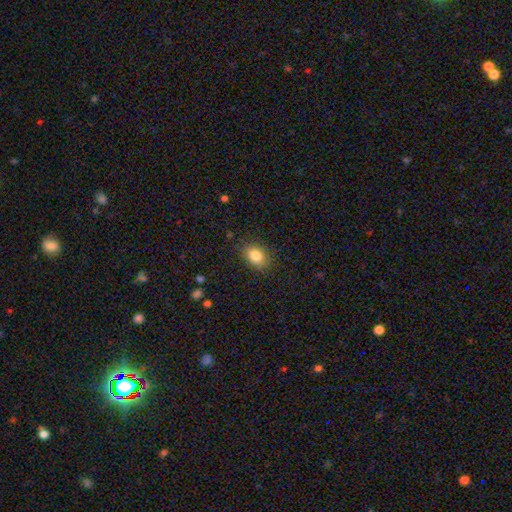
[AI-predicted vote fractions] A smooth galaxy with no disk features (83%) that is in between round and cigar-shaped (70%).

Vote fractions:
- Smooth or featured? smooth: 83% / star or artifact: 10% / featured or disk: 8%
- How rounded? in between: 70% / round: 28% / cigar-shaped: 1%
- Merging? none: 82% / minor disturbance: 13% / major disturbance: 3% / merger: 1%